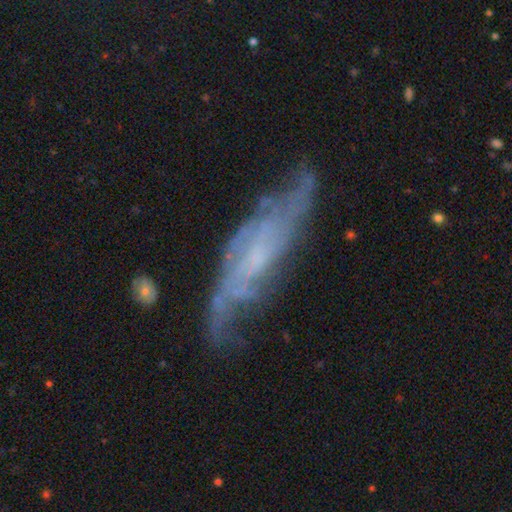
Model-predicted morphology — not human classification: type=featured or disk (81%); edge-on=no (79%); bar=no (49%); spiral arms=yes (92%); winding=medium (42%); arm count=can't tell (36%); bulge=small (52%); merging=none (66%).